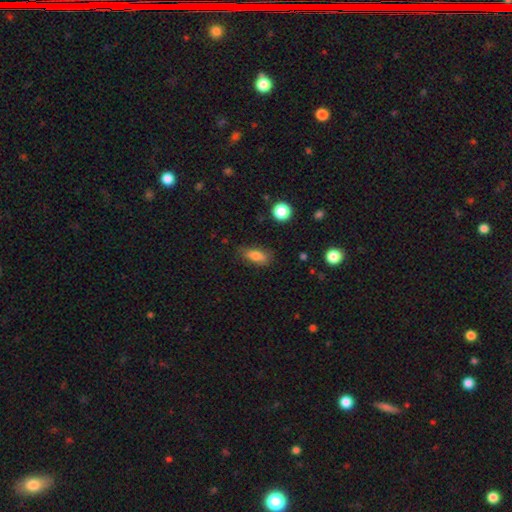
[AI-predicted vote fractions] Q: Smooth or featured?
A: smooth (79%); runner-up: featured or disk (13%)
Q: How rounded?
A: in between (70%); runner-up: cigar-shaped (25%)
Q: Merging?
A: none (76%); runner-up: minor disturbance (18%)